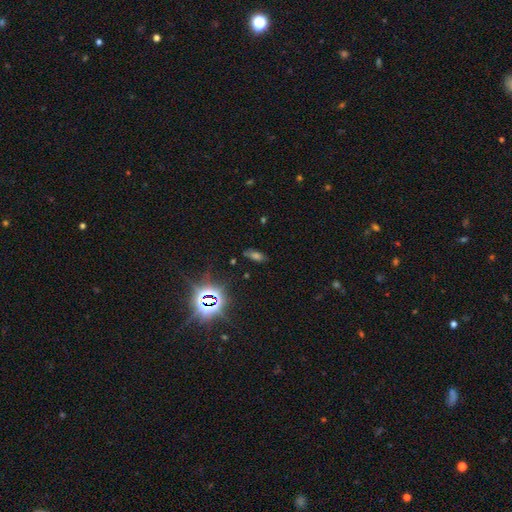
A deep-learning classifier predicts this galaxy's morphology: Smooth or featured? Predicted: star or artifact (p=0.50).